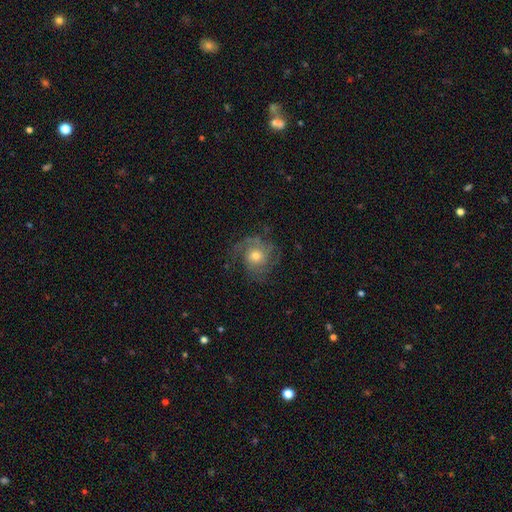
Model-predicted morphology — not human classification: This is likely a featured or disk galaxy (70%). It is clearly not viewed edge-on (97%). Bar: likely no (79%). Spiral arm pattern: clearly yes (90%). Spiral arm count: marginally can't tell (28%). Spiral winding: marginally medium (42%). Central bulge: likely moderate (65%). Merging: likely none (65%).